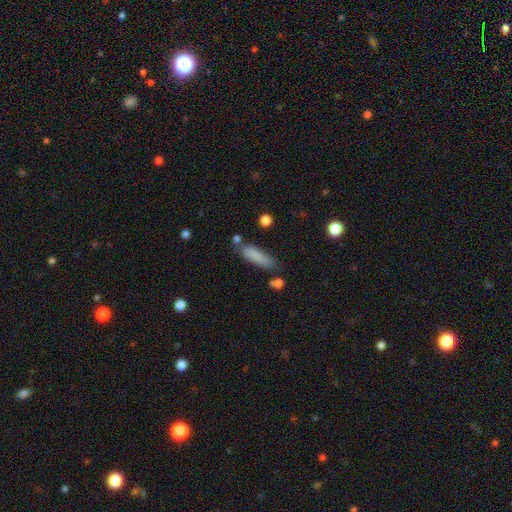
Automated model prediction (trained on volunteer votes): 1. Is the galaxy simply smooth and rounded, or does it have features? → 83% smooth, 9% featured or disk, 7% star or artifact.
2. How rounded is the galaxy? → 67% cigar-shaped, 31% in between, 2% round.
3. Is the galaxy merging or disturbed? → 71% none, 17% minor disturbance, 7% merger, 5% major disturbance.